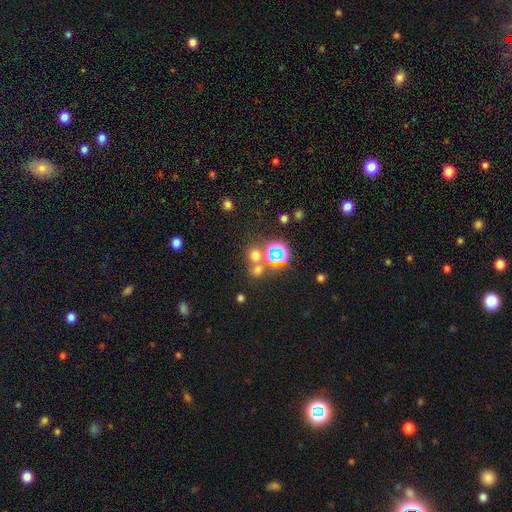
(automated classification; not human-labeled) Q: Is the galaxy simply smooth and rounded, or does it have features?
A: smooth — 55%.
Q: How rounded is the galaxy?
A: round — 80%.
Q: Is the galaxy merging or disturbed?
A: none — 62%.